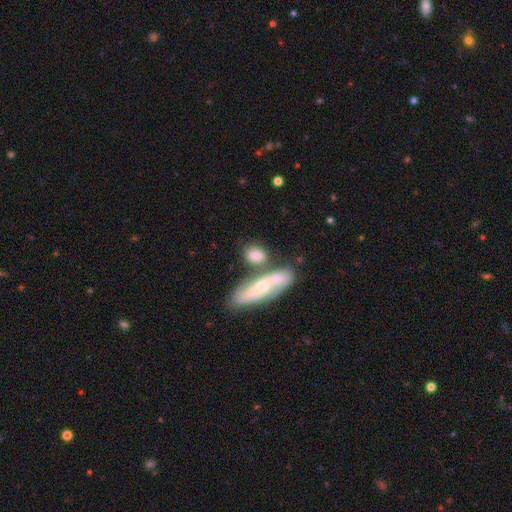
smooth-or-featured: smooth: 58% | featured or disk: 37% | star or artifact: 5%
  how-rounded: in between: 64% | round: 27% | cigar-shaped: 9%
  merging: merger: 47% | none: 33% | minor disturbance: 11% | major disturbance: 8%